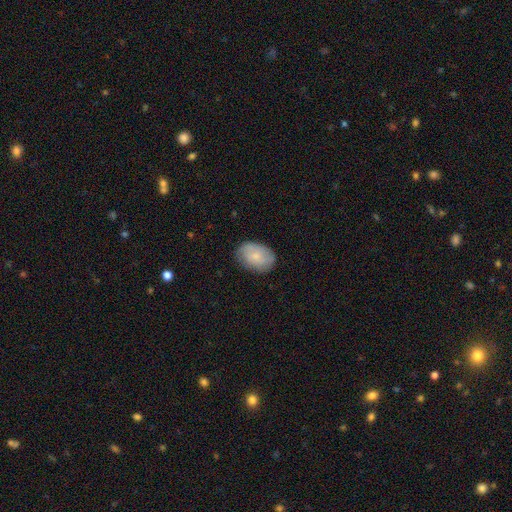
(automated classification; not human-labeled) Smooth or featured: smooth — 72% (featured or disk — 21%)
How rounded: in between — 81% (round — 18%)
Merging: none — 78% (minor disturbance — 17%)